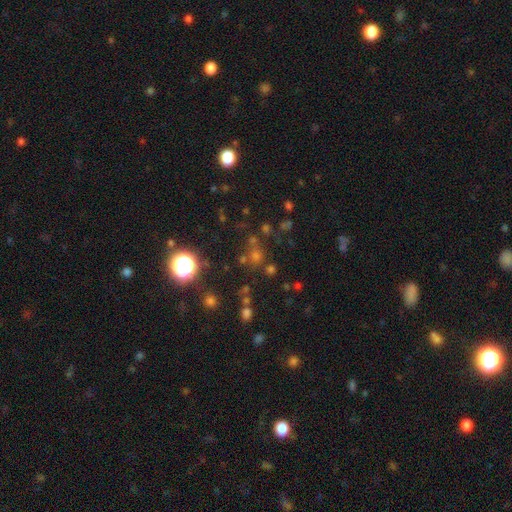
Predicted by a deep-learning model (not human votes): Q: Smooth or featured?
A: smooth (46%); runner-up: star or artifact (44%)
Q: Merging?
A: none (71%); runner-up: merger (14%)